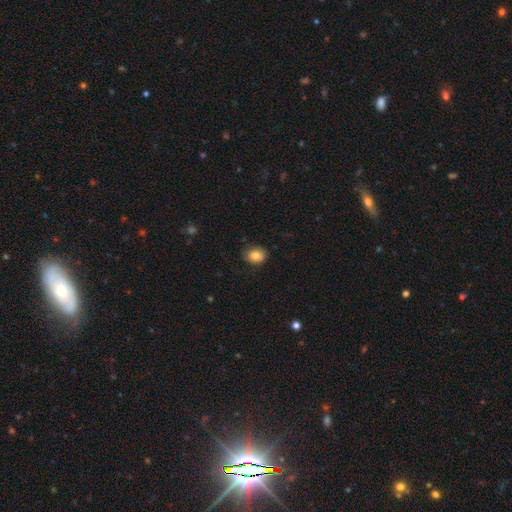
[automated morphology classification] smooth_or_featured: smooth (p=0.83) [alt: star or artifact p=0.09]
how_rounded: in between (p=0.51) [alt: round p=0.48]
merging: none (p=0.82) [alt: minor disturbance p=0.14]